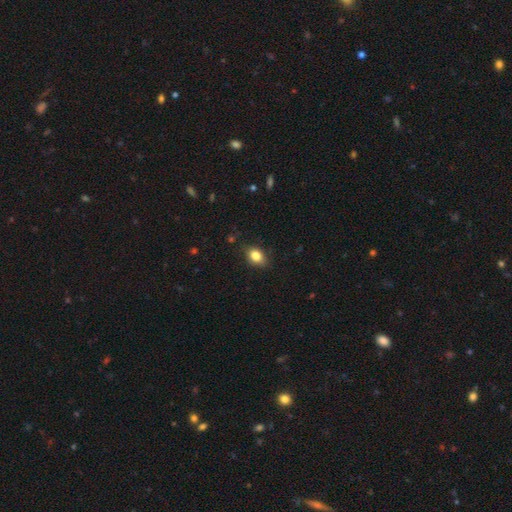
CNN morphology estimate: This appears to be a smooth galaxy with no disk features (83%) that is in between round and cigar-shaped (74%). Merging: none (81%).